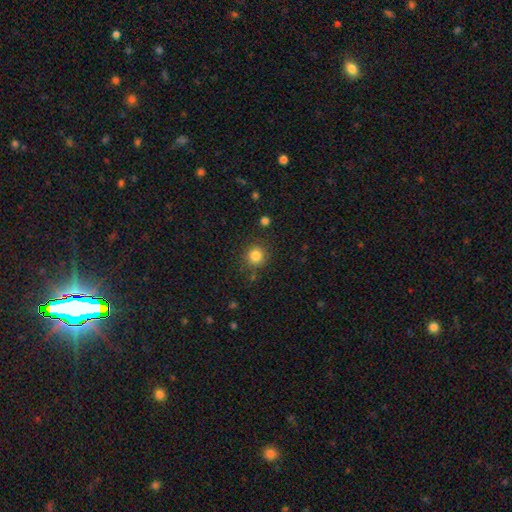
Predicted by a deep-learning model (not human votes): This is clearly a smooth galaxy (83%). How rounded: clearly round (91%). Merging: clearly none (84%).